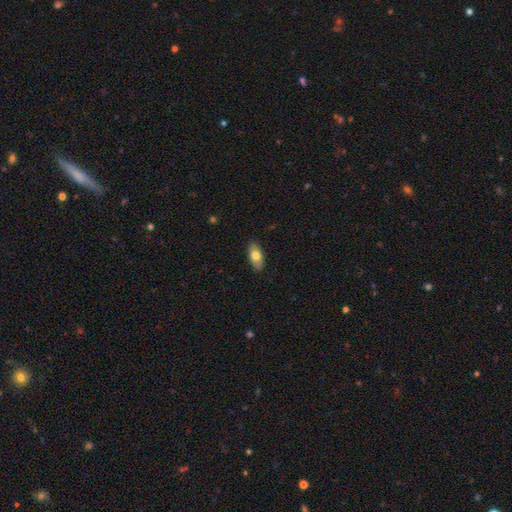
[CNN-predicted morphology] Smooth or featured? smooth (75%)
How rounded? in between (91%)
Merging? none (89%)